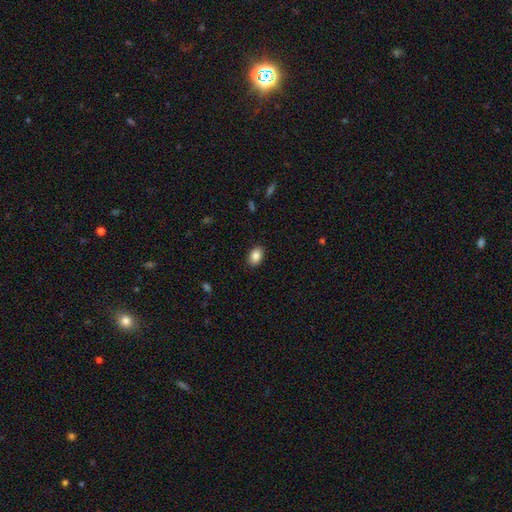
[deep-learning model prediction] smooth 87%, star or artifact 8%, featured or disk 5%. Down the decision tree: how rounded — in between (84%); merging — none (89%).